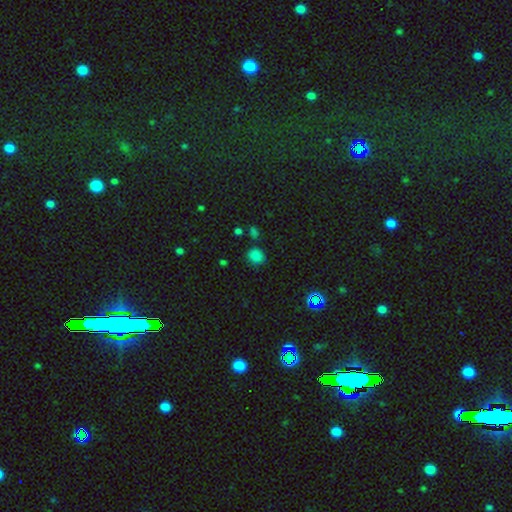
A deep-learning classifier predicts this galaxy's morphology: Smooth or featured? Predicted: smooth (p=0.78). How rounded? Predicted: round (p=0.67). Merging? Predicted: none (p=0.76).